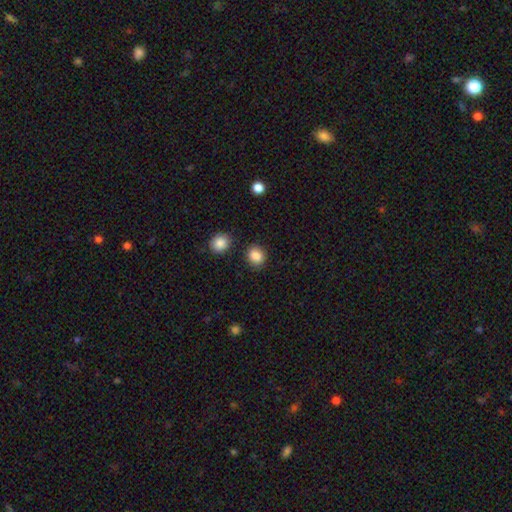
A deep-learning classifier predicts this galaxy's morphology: The model was most divided on "how rounded": round: 65%, in between: 34%, cigar-shaped: 1%. More confident: smooth or featured — smooth (87%); merging — none (86%).